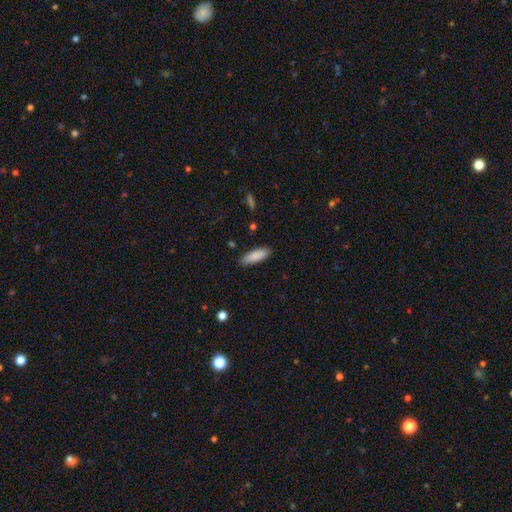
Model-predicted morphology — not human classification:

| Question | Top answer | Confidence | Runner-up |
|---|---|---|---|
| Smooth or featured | smooth | 89% | star or artifact (6%) |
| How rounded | in between | 58% | cigar-shaped (41%) |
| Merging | none | 87% | minor disturbance (10%) |